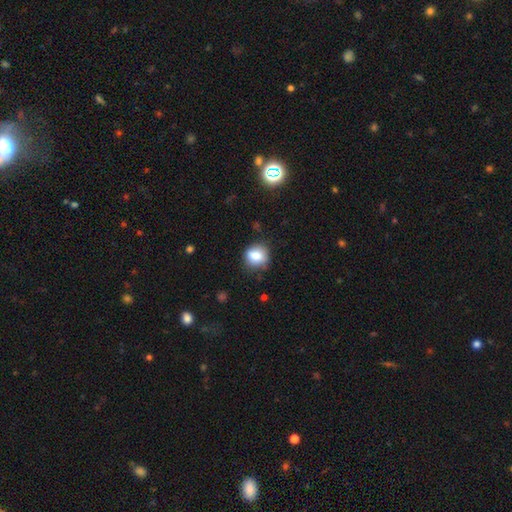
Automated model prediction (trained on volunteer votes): Smooth or featured? Predicted: smooth (p=0.82). How rounded? Predicted: round (p=0.77). Merging? Predicted: none (p=0.75).